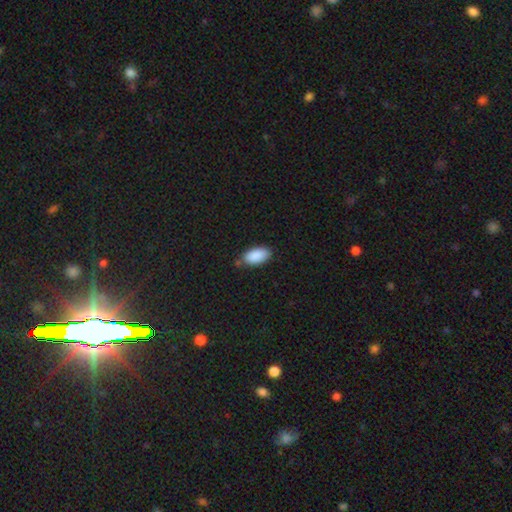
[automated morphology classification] Smooth or featured: smooth — 90% (star or artifact — 7%)
How rounded: in between — 94% (cigar-shaped — 4%)
Merging: none — 75% (minor disturbance — 18%)